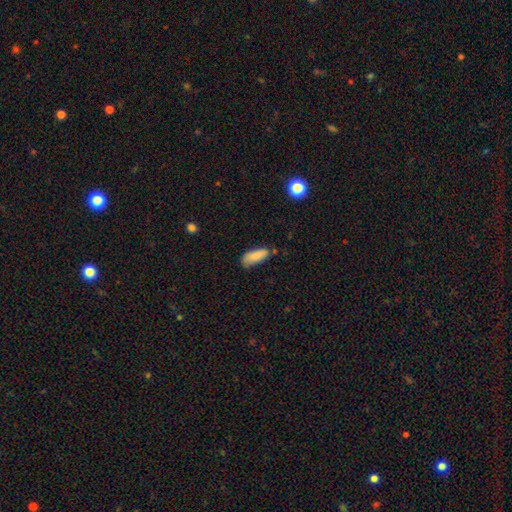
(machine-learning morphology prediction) Overall: smooth (85%). How rounded: in between (76%). Merging: none (57%; minor disturbance 32%).